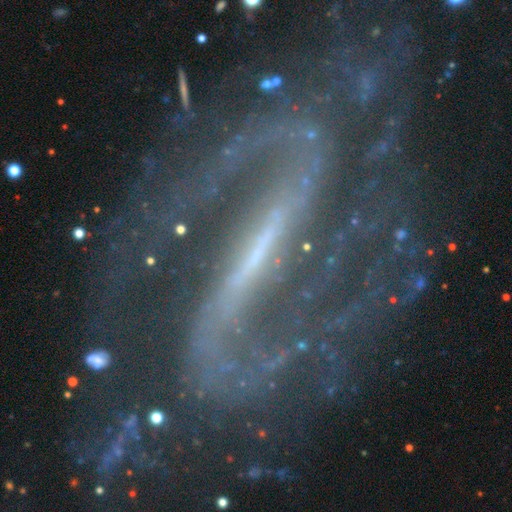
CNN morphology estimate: Smooth or featured: featured or disk — 90% (star or artifact — 6%)
Edge-on disk: no — 94% (yes — 6%)
Bar: strong — 75% (weak — 19%)
Spiral arms: yes — 97% (no — 3%)
Spiral winding: medium — 46% (loose — 29%)
Spiral arm count: 2 — 71% (can't tell — 9%)
Bulge size: small — 56% (none — 22%)
Merging: none — 63% (minor disturbance — 17%)